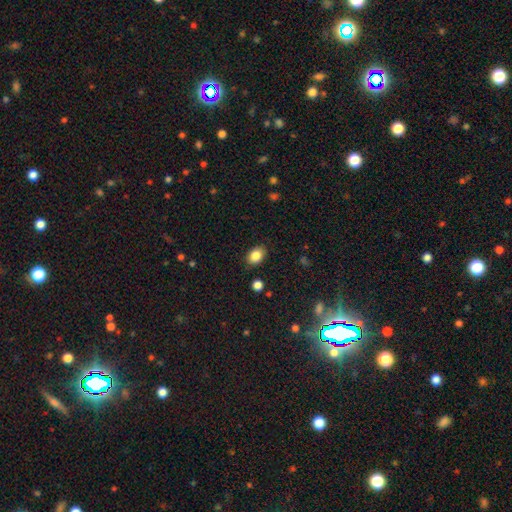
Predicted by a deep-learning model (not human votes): This appears to be a smooth galaxy with no disk features (85%) that is in between round and cigar-shaped (74%). Merging: none (85%).